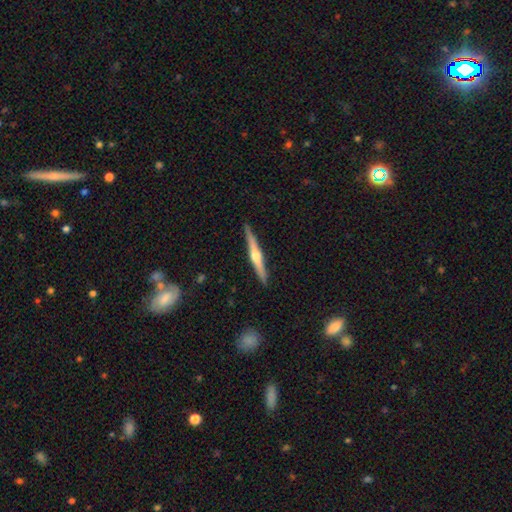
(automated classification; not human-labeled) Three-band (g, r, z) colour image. It shows a featured or disk galaxy (74%) viewed edge-on (98%) with a rounded central bulge (92%). Merging: none (91%).